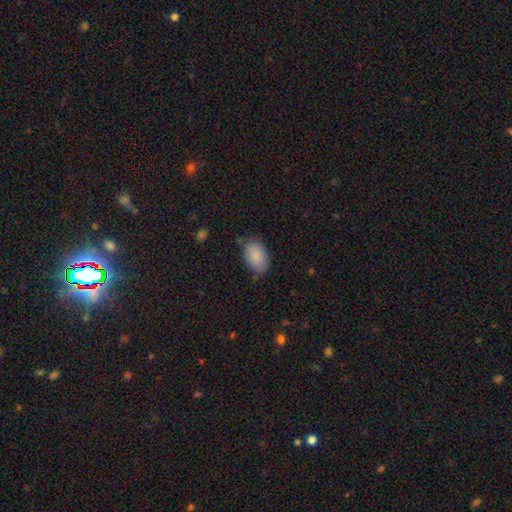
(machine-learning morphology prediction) A smooth galaxy with no disk features (88%) that is in between round and cigar-shaped (92%). Merging: none (74%).